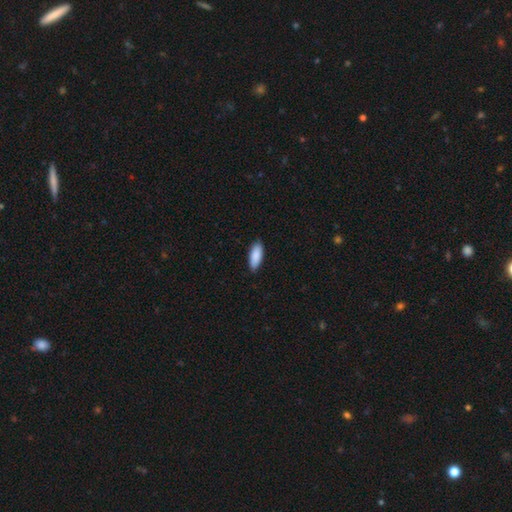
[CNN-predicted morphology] Smooth or featured? Predicted: smooth (p=0.90). How rounded? Predicted: in between (p=0.78). Merging? Predicted: none (p=0.86).